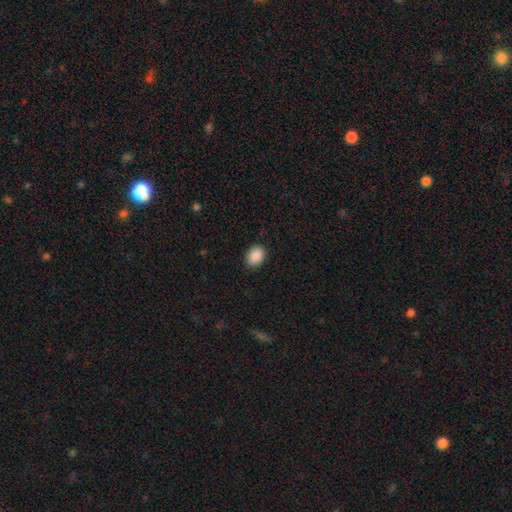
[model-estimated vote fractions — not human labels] smooth 90%, star or artifact 7%, featured or disk 2%. Down the decision tree: how rounded — in between (69%); merging — none (88%).